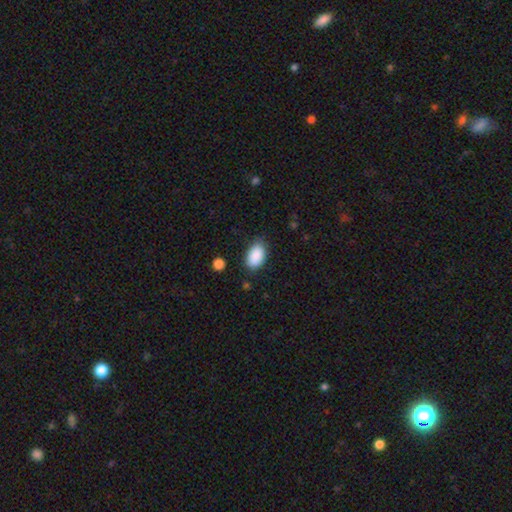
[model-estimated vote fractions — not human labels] smooth 89%, star or artifact 7%, featured or disk 4%. Down the decision tree: how rounded — in between (93%); merging — none (80%).